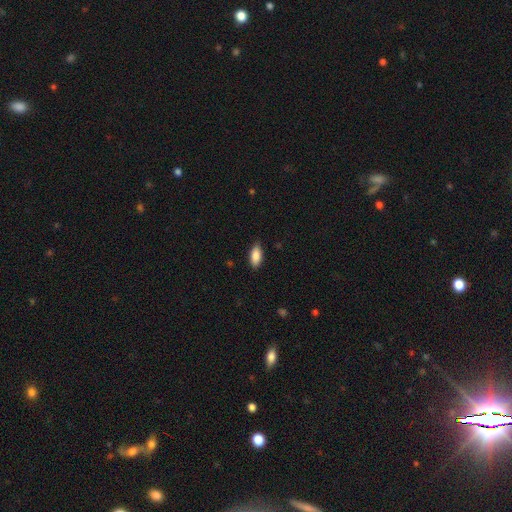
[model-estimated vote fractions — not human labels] A smooth galaxy with no disk features (88%) that is in between round and cigar-shaped (87%).

Vote fractions:
- Smooth or featured? smooth: 88% / star or artifact: 6% / featured or disk: 5%
- How rounded? in between: 87% / cigar-shaped: 11% / round: 2%
- Merging? none: 84% / minor disturbance: 13% / major disturbance: 2% / merger: 1%